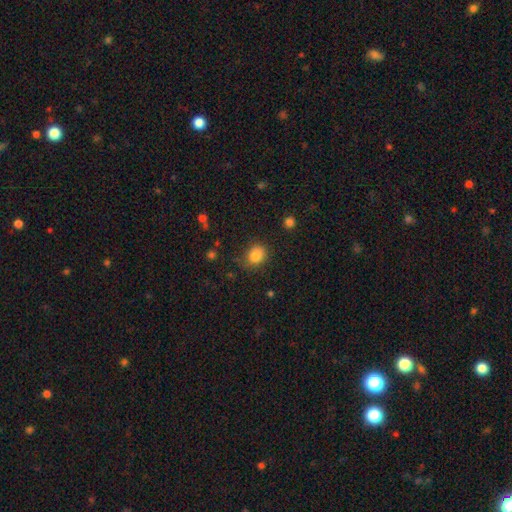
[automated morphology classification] This is clearly a smooth galaxy (83%). How rounded: possibly round (58%). Merging: likely none (74%).